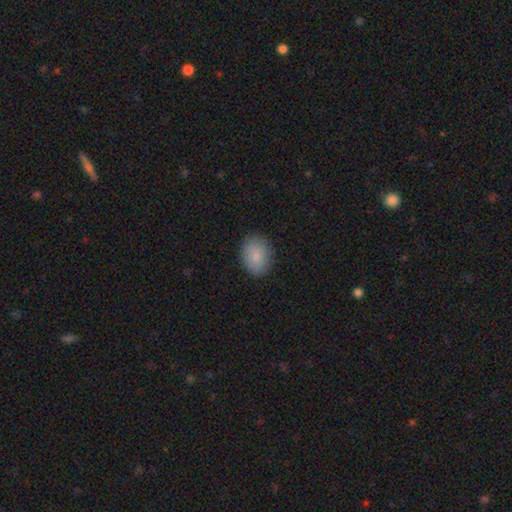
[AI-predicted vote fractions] smooth_or_featured: smooth (p=0.86) [alt: star or artifact p=0.07]
how_rounded: in between (p=0.66) [alt: round p=0.33]
merging: none (p=0.87) [alt: minor disturbance p=0.10]